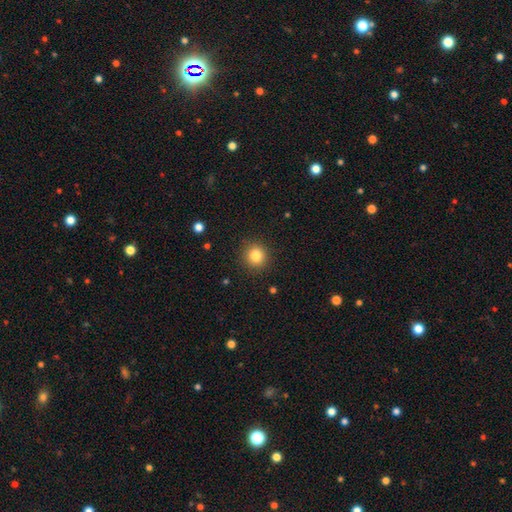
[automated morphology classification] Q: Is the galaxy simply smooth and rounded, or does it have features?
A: smooth — 83%.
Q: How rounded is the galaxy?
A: round — 92%.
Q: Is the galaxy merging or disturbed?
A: none — 91%.